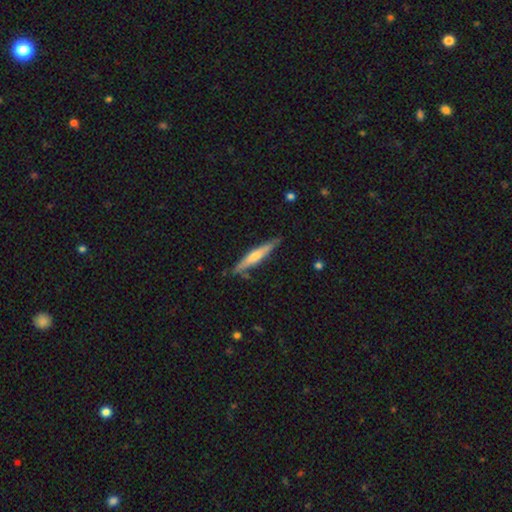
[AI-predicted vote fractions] Smooth or featured? featured or disk (50%)
Edge-on disk? yes (95%)
Merging? none (82%)